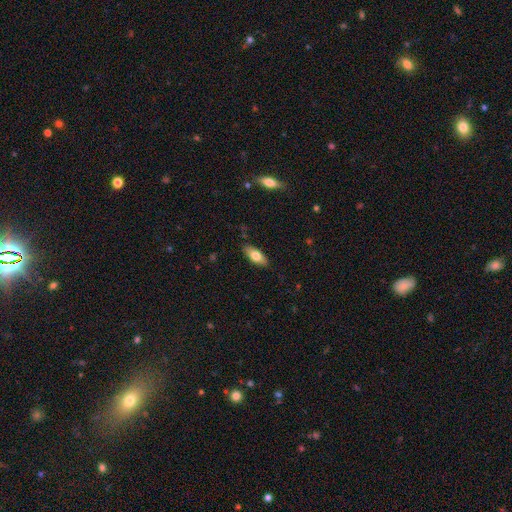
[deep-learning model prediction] Smooth or featured? smooth (72%)
How rounded? in between (77%)
Merging? none (86%)